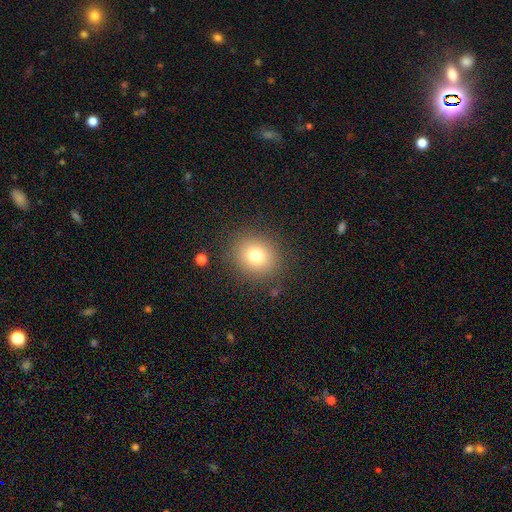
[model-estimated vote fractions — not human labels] Smooth or featured?
  - smooth: 78% *
  - star or artifact: 12%
  - featured or disk: 10%
How rounded?
  - round: 78% *
  - in between: 21%
  - cigar-shaped: 1%
Merging?
  - none: 86% *
  - minor disturbance: 9%
  - major disturbance: 4%
  - merger: 2%